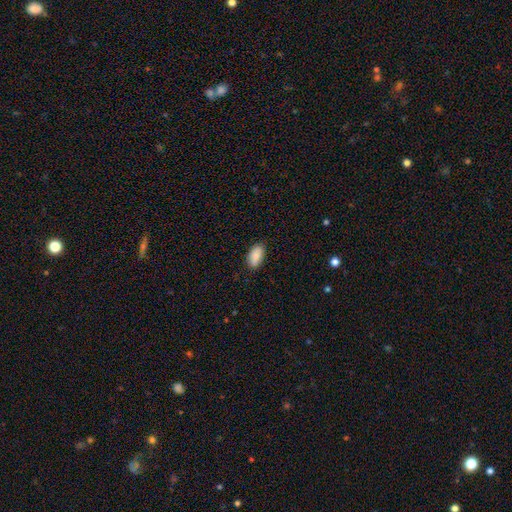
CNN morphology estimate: A smooth galaxy with no disk features (86%) that is in between round and cigar-shaped (93%).

Vote fractions:
- Smooth or featured? smooth: 86% / featured or disk: 7% / star or artifact: 7%
- How rounded? in between: 93% / cigar-shaped: 4% / round: 3%
- Merging? none: 82% / minor disturbance: 14% / major disturbance: 2% / merger: 2%